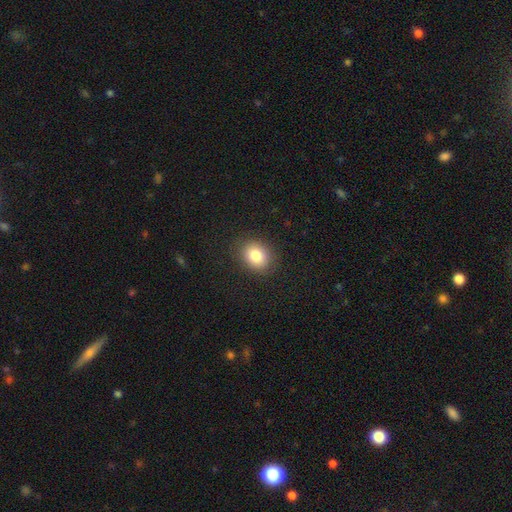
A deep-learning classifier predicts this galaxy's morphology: Smooth or featured: smooth — 83% (star or artifact — 10%)
How rounded: in between — 53% (round — 46%)
Merging: none — 87% (minor disturbance — 9%)